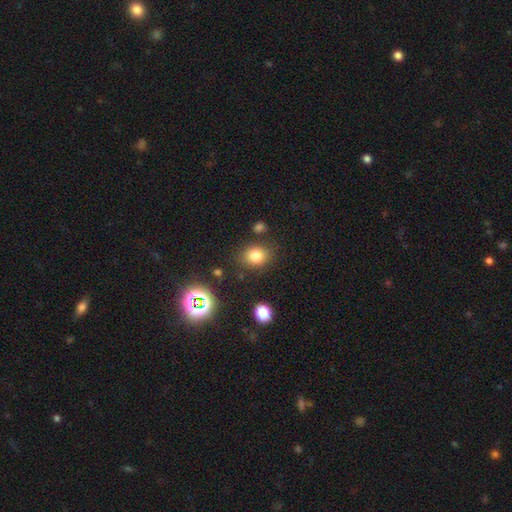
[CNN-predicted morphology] type=smooth (79%); roundness=round (56%); merging=none (80%).